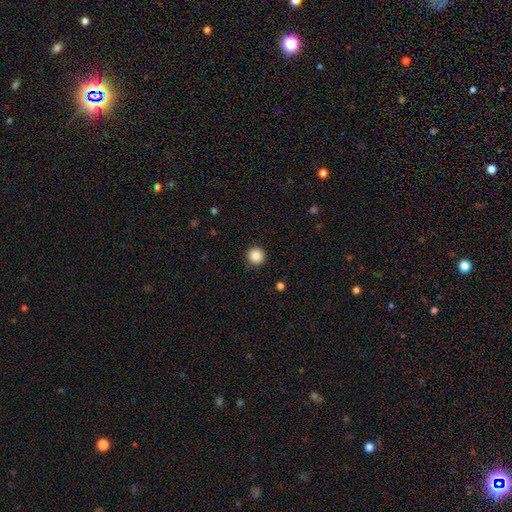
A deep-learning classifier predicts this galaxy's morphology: Smooth or featured: smooth — 88% (star or artifact — 9%)
How rounded: round — 95% (in between — 4%)
Merging: none — 91% (minor disturbance — 6%)